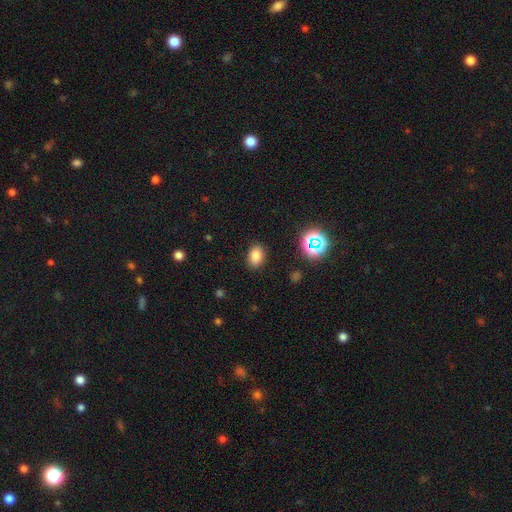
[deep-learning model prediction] Smooth or featured: smooth — 81% (star or artifact — 14%)
How rounded: in between — 78% (round — 21%)
Merging: none — 87% (minor disturbance — 9%)